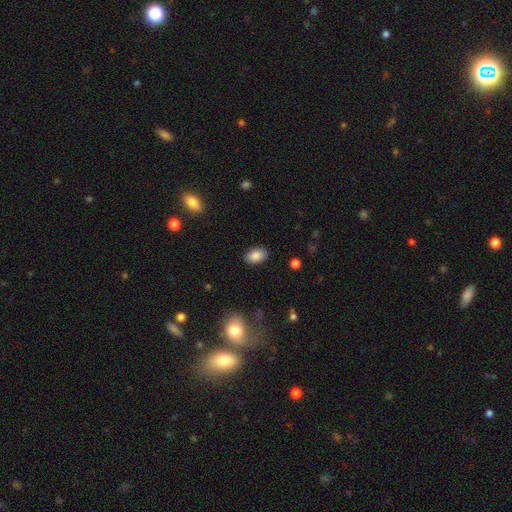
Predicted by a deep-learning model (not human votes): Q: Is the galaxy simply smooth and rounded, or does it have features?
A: smooth — 87%.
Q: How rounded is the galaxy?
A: in between — 88%.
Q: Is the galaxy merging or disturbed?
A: none — 88%.